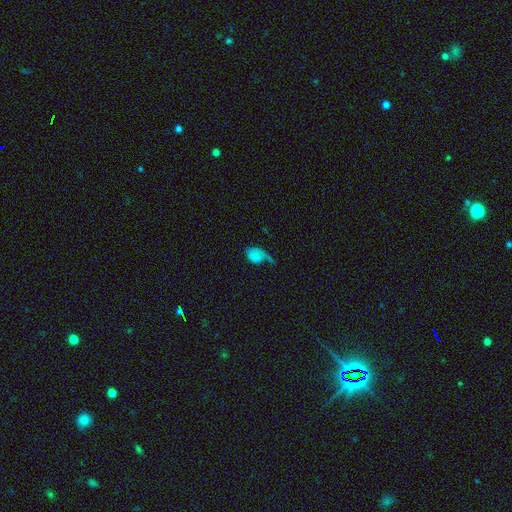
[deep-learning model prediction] Smooth or featured: smooth — 62% (featured or disk — 25%)
How rounded: in between — 68% (round — 30%)
Merging: major disturbance — 43% (none — 26%)